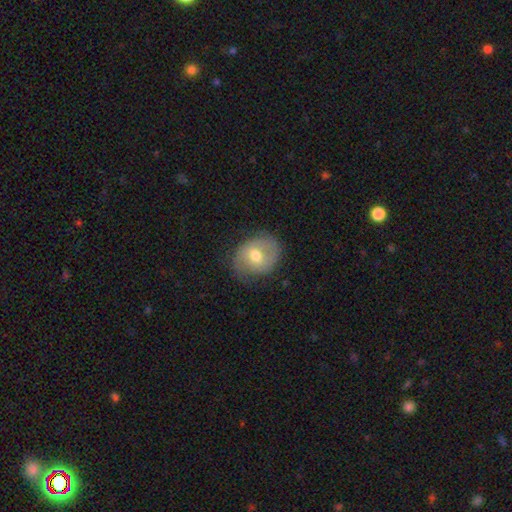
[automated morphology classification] A smooth galaxy with no disk features (52%) that is round (55%). Merging: none (63%).